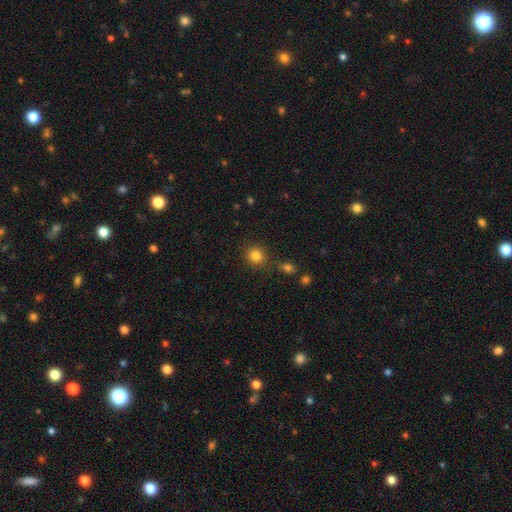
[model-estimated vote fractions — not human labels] Overall: smooth (83%). How rounded: round (87%). Merging: none (83%).